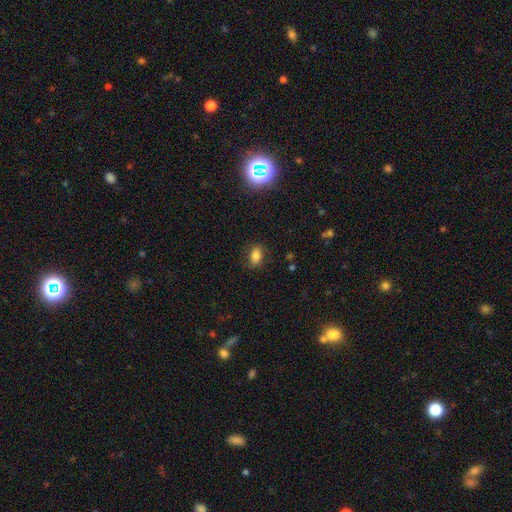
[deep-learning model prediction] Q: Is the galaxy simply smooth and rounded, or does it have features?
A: smooth — 80%.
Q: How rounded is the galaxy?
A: in between — 85%.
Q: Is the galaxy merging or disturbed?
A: none — 82%.